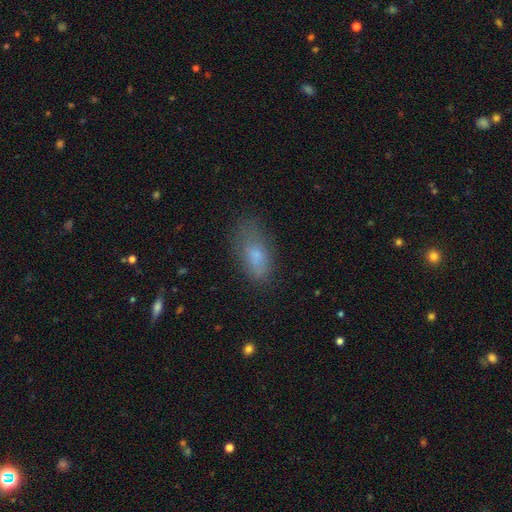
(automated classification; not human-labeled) This appears to be a smooth galaxy with no disk features (74%) that is in between round and cigar-shaped (87%). Merging: none (62%).